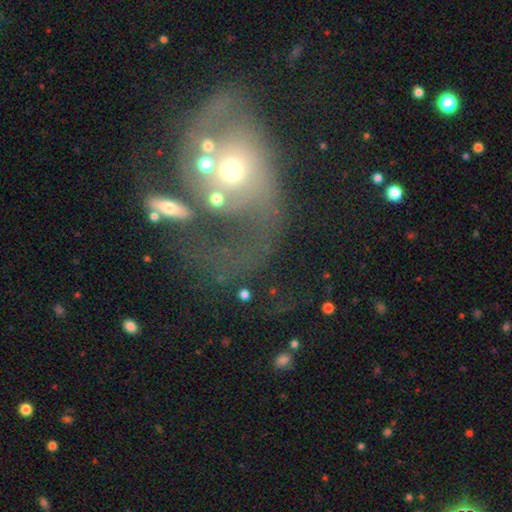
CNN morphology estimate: Smooth or featured? featured or disk (69%)
Edge-on disk? no (97%)
Bar? no (73%)
Spiral arms? yes (72%)
Bulge size? moderate (54%)
Merging? merger (41%)